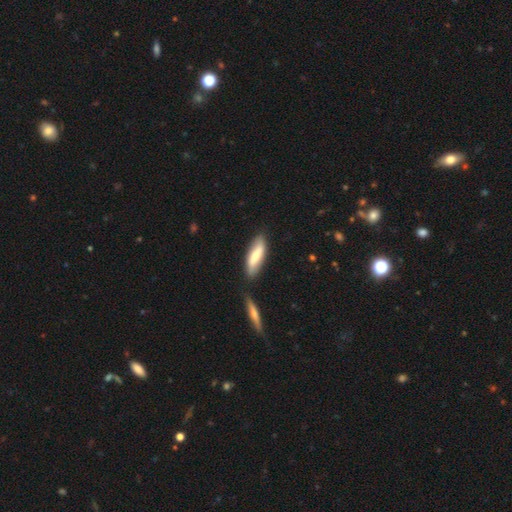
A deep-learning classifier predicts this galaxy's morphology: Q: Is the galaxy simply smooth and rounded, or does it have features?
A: smooth — 63%.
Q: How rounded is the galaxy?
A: cigar-shaped — 51%.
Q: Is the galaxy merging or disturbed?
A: none — 75%.